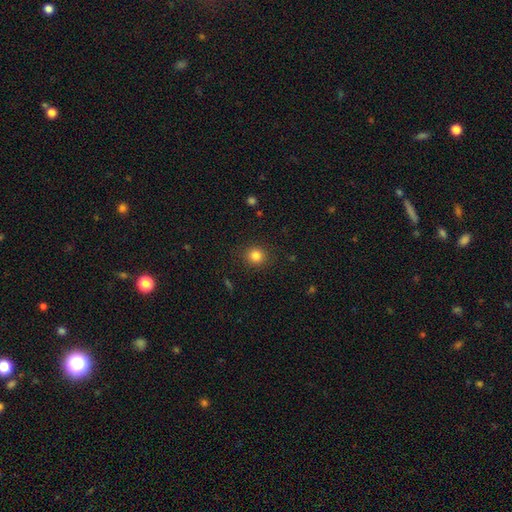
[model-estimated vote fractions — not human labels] Overall: smooth (83%). How rounded: round (88%). Merging: none (89%).